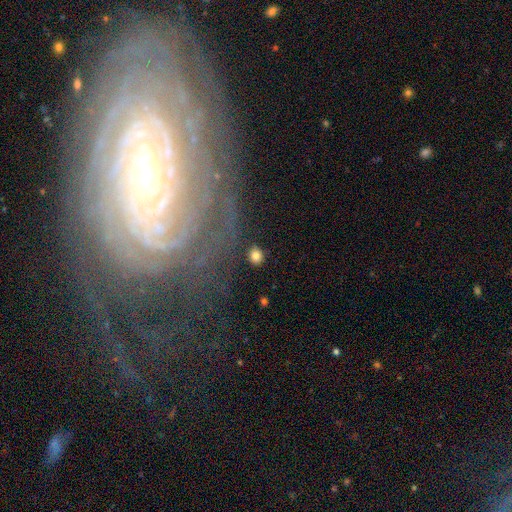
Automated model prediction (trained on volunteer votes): A smooth galaxy with no disk features (80%) that is round (66%). Merging: none (86%).